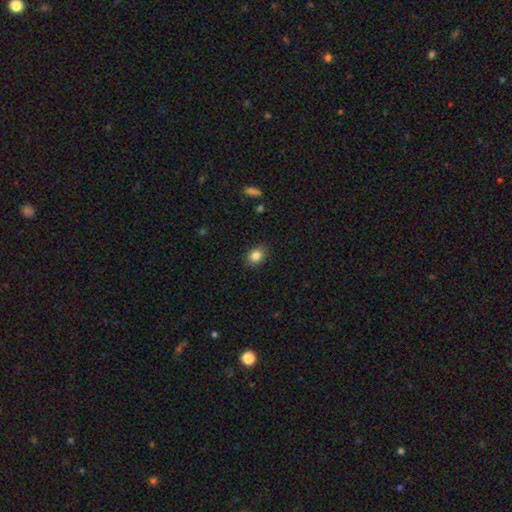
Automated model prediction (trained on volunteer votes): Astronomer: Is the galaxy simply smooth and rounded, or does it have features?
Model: smooth — 85%.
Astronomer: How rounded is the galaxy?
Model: in between — 62% (runner-up: round, 37%).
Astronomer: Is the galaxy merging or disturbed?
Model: none — 87%.